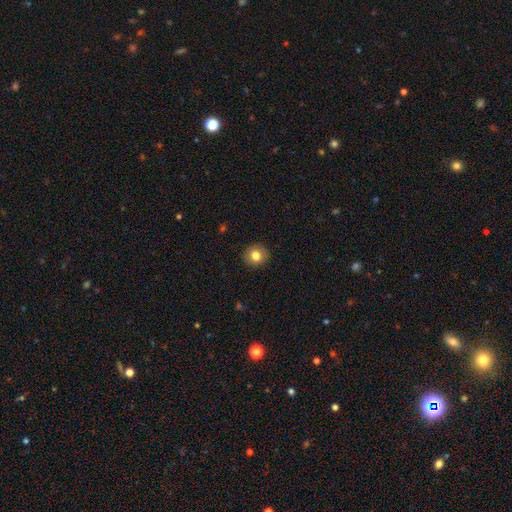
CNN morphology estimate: Overall: smooth (81%). How rounded: round (89%). Merging: none (91%).